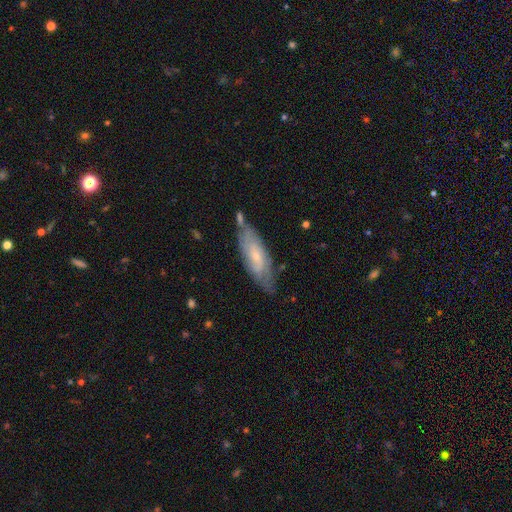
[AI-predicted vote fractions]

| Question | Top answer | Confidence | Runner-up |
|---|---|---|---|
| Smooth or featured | featured or disk | 52% | smooth (42%) |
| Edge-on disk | no | 73% | yes (27%) |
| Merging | none | 68% | minor disturbance (21%) |